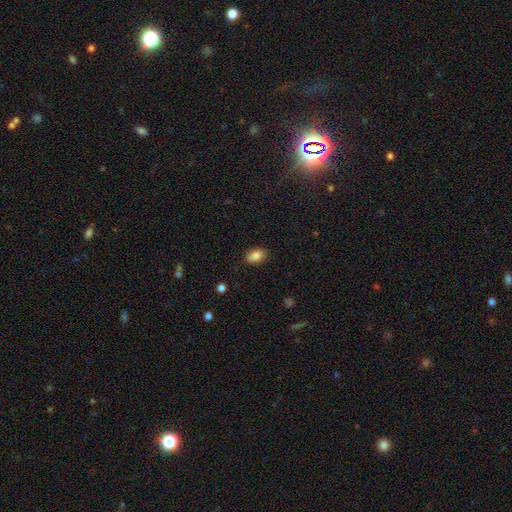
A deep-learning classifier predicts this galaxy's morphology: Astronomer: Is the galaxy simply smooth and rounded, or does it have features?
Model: smooth — 83%.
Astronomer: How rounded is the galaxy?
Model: in between — 87%.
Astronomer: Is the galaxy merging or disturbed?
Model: none — 85%.